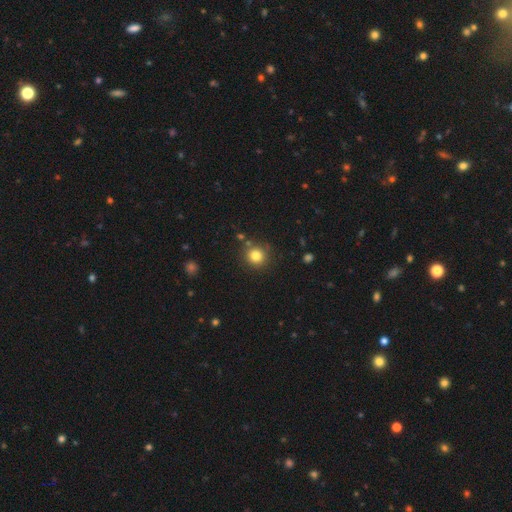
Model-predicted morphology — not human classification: The model was most divided on "smooth or featured": smooth: 81%, star or artifact: 12%, featured or disk: 6%. More confident: how rounded — round (92%); merging — none (84%).